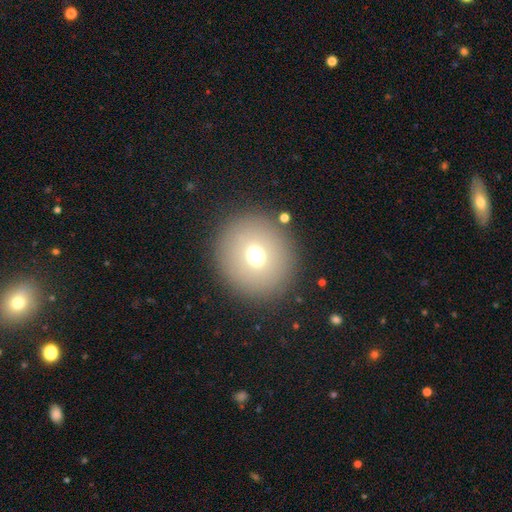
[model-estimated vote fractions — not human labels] smooth-or-featured: smooth: 66% | featured or disk: 17% | star or artifact: 17%
  how-rounded: round: 87% | in between: 12% | cigar-shaped: 1%
  merging: none: 86% | minor disturbance: 7% | major disturbance: 4% | merger: 3%